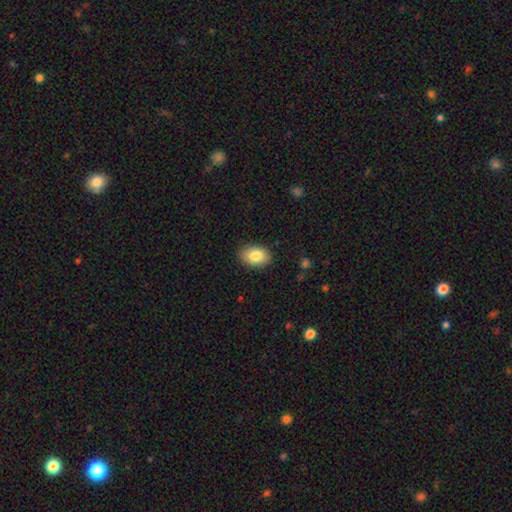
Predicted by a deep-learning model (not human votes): A smooth galaxy with no disk features (84%) that is in between round and cigar-shaped (87%). Merging: none (87%).